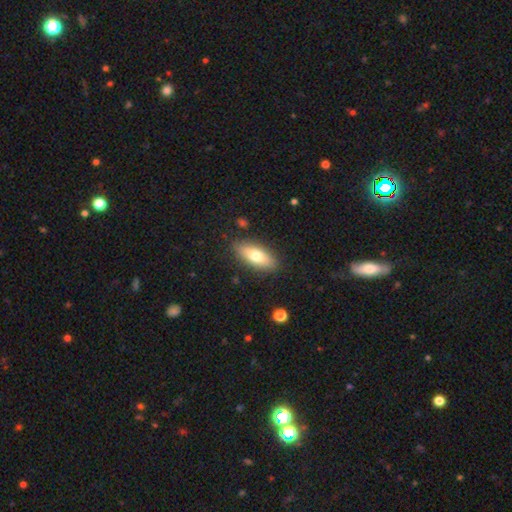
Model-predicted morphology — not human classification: smooth_or_featured: smooth (p=0.72) [alt: featured or disk p=0.22]
how_rounded: in between (p=0.75) [alt: cigar-shaped p=0.22]
merging: none (p=0.86) [alt: minor disturbance p=0.10]